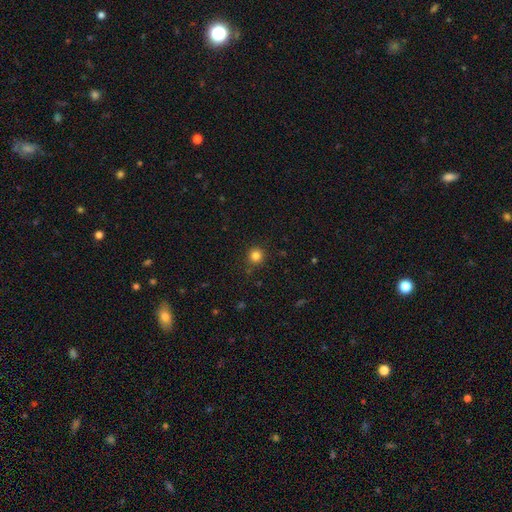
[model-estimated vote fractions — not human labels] A smooth galaxy with no disk features (83%) that is round (93%). Merging: none (88%).